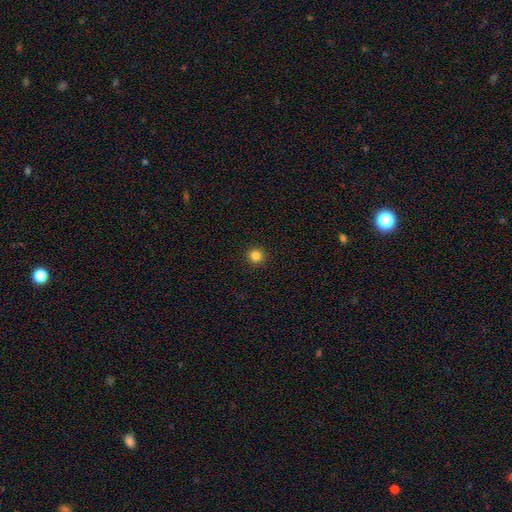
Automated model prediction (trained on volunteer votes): Smooth or featured? Predicted: smooth (p=0.84). How rounded? Predicted: round (p=0.95). Merging? Predicted: none (p=0.93).